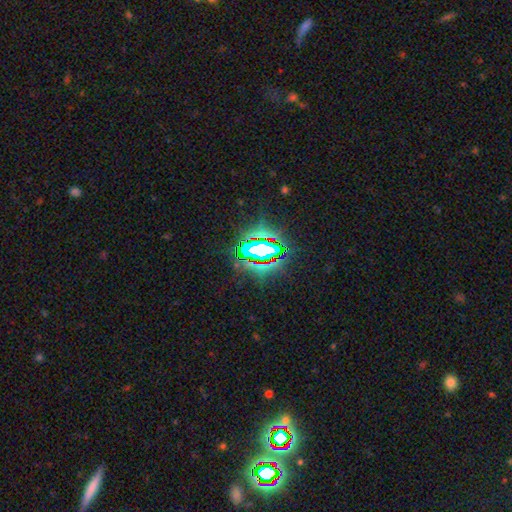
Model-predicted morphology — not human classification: type=star or artifact (73%).